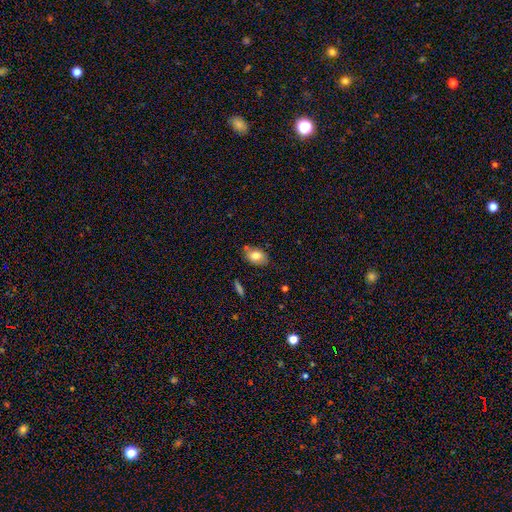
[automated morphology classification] Smooth or featured? Predicted: smooth (p=0.78). How rounded? Predicted: in between (p=0.85). Merging? Predicted: none (p=0.69).